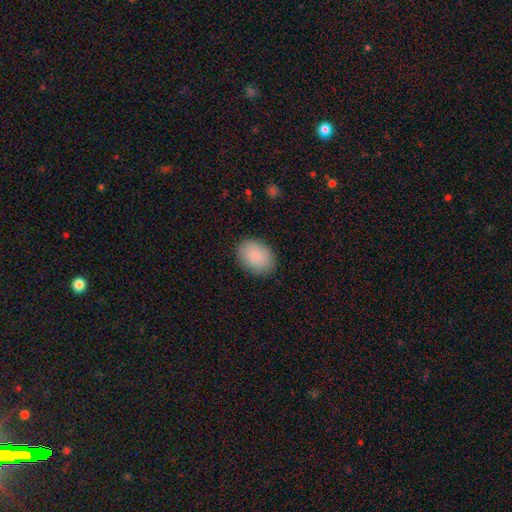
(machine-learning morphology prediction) smooth-or-featured: smooth: 88% | star or artifact: 7% | featured or disk: 5%
  how-rounded: in between: 73% | round: 26% | cigar-shaped: 1%
  merging: none: 87% | minor disturbance: 9% | major disturbance: 3% | merger: 1%